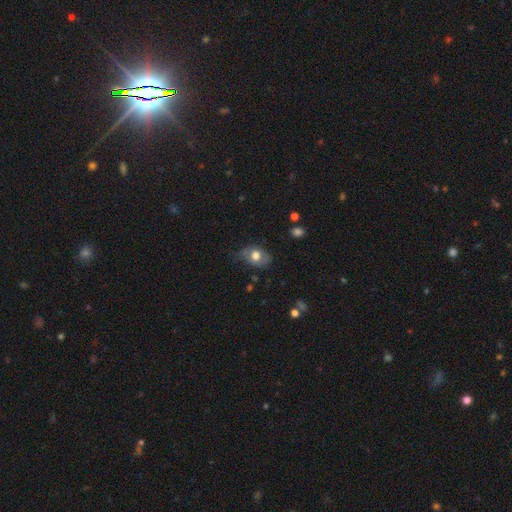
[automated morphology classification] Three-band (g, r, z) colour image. It shows a smooth galaxy with no disk features (66%) that is in between round and cigar-shaped (72%). Merging: none (51%).